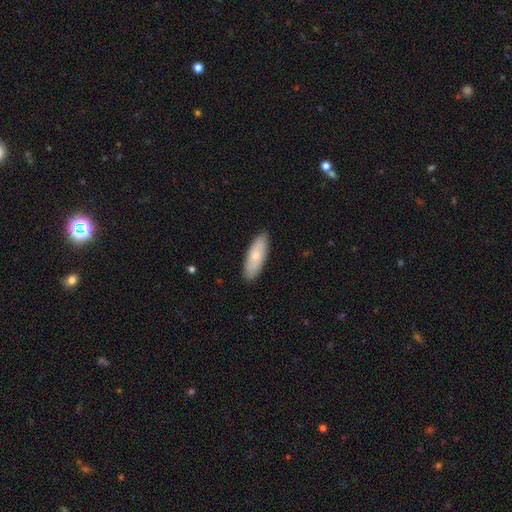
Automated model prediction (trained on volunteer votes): Q: Smooth or featured?
A: smooth (77%); runner-up: featured or disk (17%)
Q: How rounded?
A: in between (57%); runner-up: cigar-shaped (41%)
Q: Merging?
A: none (88%); runner-up: minor disturbance (9%)